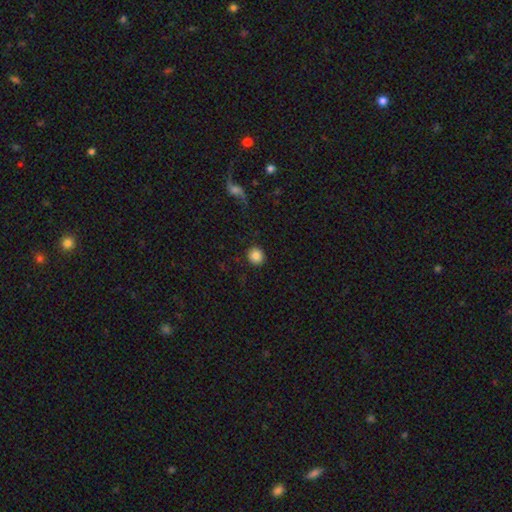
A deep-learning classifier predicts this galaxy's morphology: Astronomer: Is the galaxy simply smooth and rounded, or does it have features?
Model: smooth — 86%.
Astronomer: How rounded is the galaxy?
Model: round — 89%.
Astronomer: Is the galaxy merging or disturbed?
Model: none — 90%.